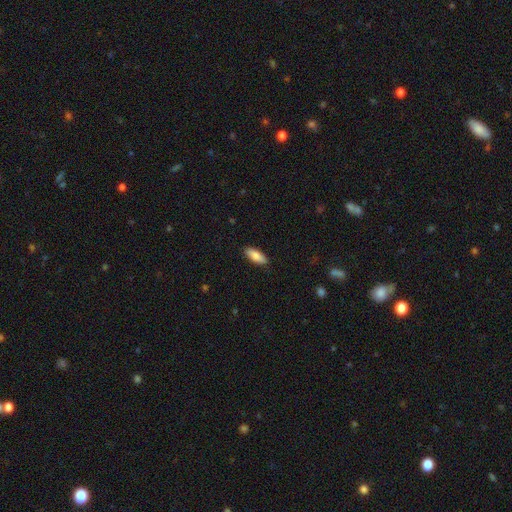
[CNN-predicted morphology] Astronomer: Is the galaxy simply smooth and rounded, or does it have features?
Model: smooth — 83%.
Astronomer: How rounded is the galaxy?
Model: in between — 76%.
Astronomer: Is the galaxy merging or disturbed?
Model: none — 88%.